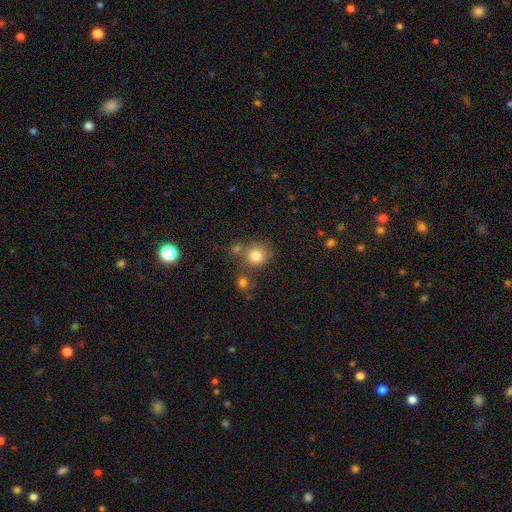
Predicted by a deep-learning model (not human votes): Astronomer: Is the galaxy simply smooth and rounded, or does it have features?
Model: smooth — 81%.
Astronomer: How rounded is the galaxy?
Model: round — 86%.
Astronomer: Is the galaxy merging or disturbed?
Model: none — 64%.